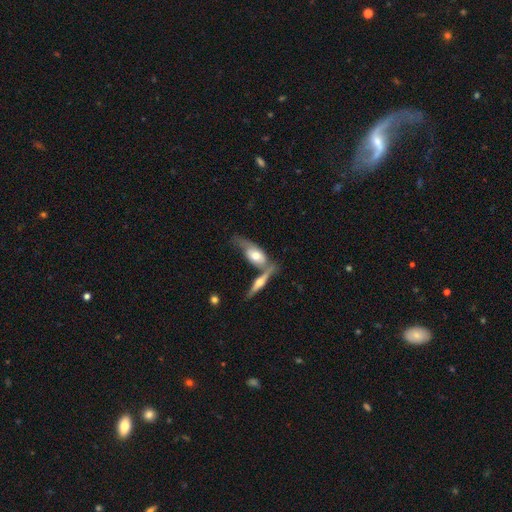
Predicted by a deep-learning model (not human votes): The model was most divided on "smooth or featured": featured or disk: 49%, smooth: 46%, star or artifact: 5%. Remaining: merging — merger (43%).